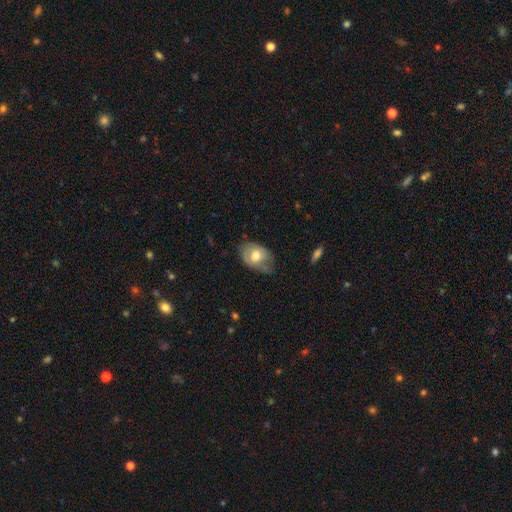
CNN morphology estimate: type=smooth (57%); roundness=in between (77%); merging=none (47%).